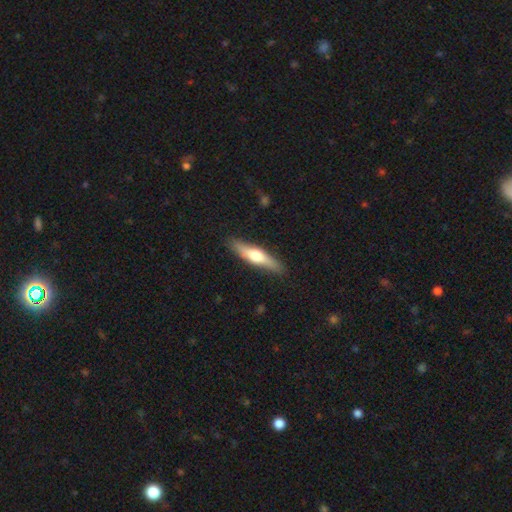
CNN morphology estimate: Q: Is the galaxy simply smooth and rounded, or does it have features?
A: featured or disk — 49%.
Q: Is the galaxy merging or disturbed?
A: none — 87%.